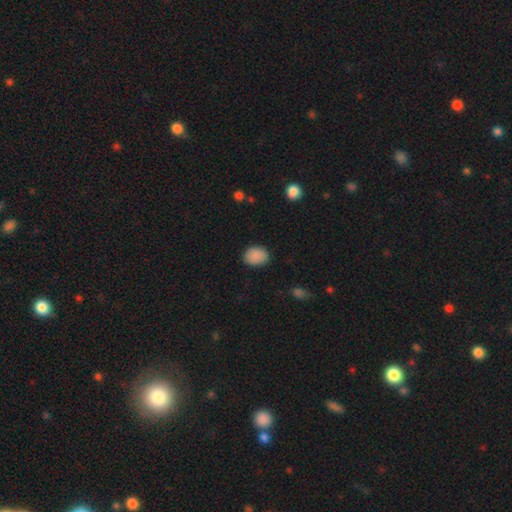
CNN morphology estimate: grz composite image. It shows a smooth galaxy with no disk features (89%) that is in between round and cigar-shaped (57%). Merging: none (85%).